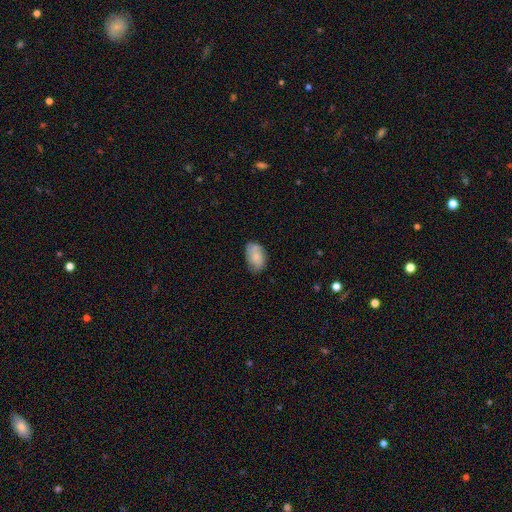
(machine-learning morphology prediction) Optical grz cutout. It shows a smooth galaxy with no disk features (62%) that is in between round and cigar-shaped (88%). Merging: none (68%).